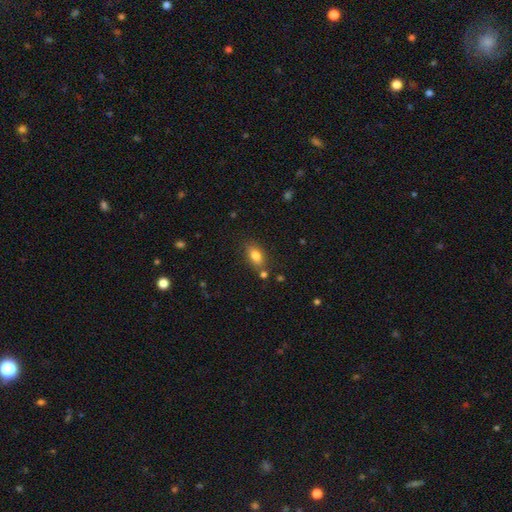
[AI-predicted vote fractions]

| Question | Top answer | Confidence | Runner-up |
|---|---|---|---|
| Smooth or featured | smooth | 81% | featured or disk (10%) |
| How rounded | in between | 85% | round (8%) |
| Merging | none | 75% | minor disturbance (14%) |